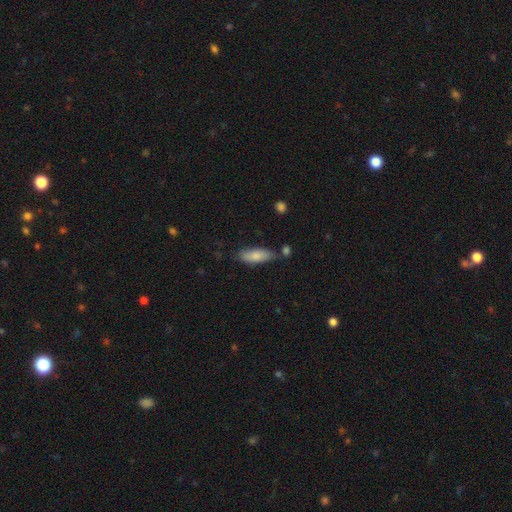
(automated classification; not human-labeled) A smooth galaxy with no disk features (81%) that is in between round and cigar-shaped (61%).

Vote fractions:
- Smooth or featured? smooth: 81% / featured or disk: 13% / star or artifact: 6%
- How rounded? in between: 61% / cigar-shaped: 37% / round: 2%
- Merging? none: 69% / minor disturbance: 19% / merger: 8% / major disturbance: 4%